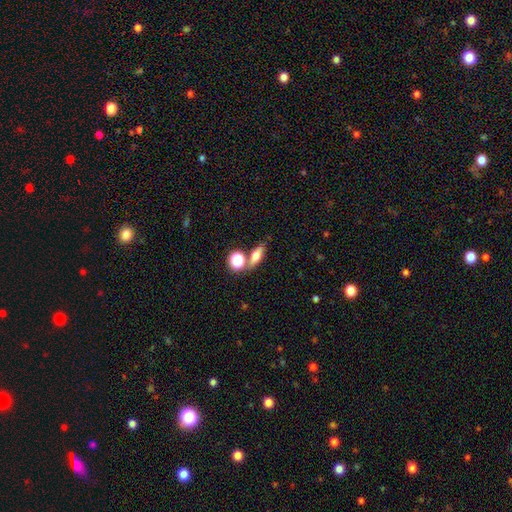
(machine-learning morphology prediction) Smooth or featured: smooth — 56% (featured or disk — 32%)
How rounded: in between — 47% (cigar-shaped — 34%)
Merging: none — 68% (merger — 18%)